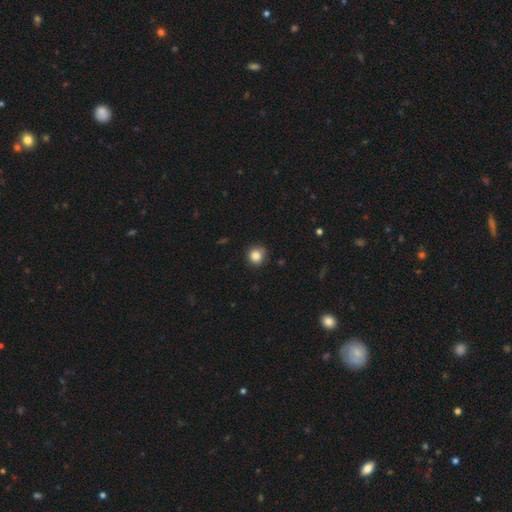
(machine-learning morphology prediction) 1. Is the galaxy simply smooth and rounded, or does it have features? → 84% smooth, 11% star or artifact, 5% featured or disk.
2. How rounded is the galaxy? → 90% round, 9% in between, 1% cigar-shaped.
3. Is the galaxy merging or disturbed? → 80% none, 15% minor disturbance, 3% major disturbance, 2% merger.